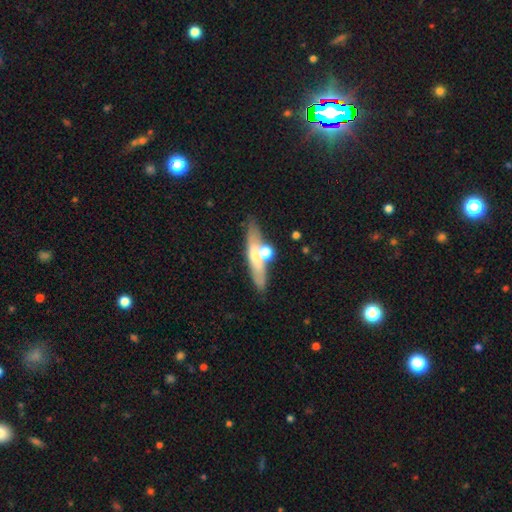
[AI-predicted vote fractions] Smooth or featured? featured or disk (49%)
Merging? none (72%)